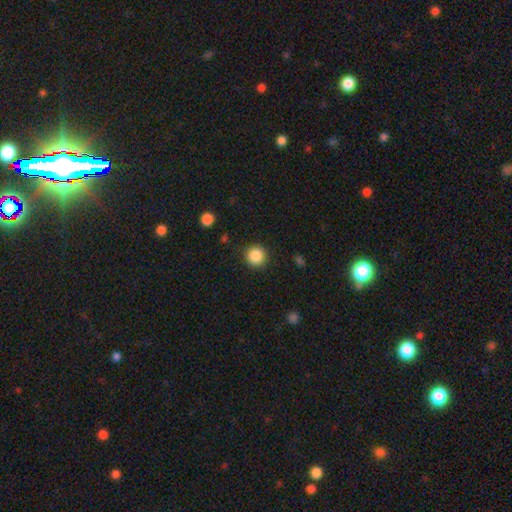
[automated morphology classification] smooth 87%, star or artifact 10%, featured or disk 4%. Down the decision tree: how rounded — round (94%); merging — none (90%).